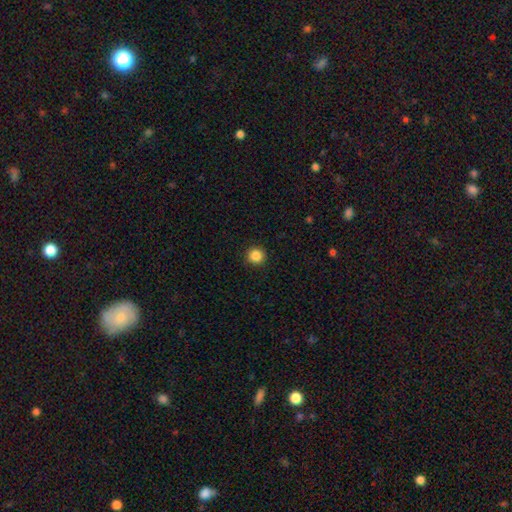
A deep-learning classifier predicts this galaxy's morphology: smooth-or-featured: smooth: 86% | star or artifact: 10% | featured or disk: 3%
  how-rounded: round: 95% | in between: 4% | cigar-shaped: 1%
  merging: none: 92% | minor disturbance: 5% | major disturbance: 2% | merger: 1%